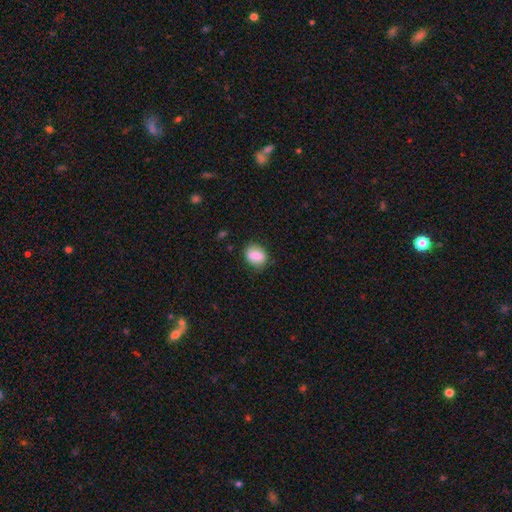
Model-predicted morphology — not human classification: A smooth galaxy with no disk features (82%) that is in between round and cigar-shaped (58%). Merging: none (80%).